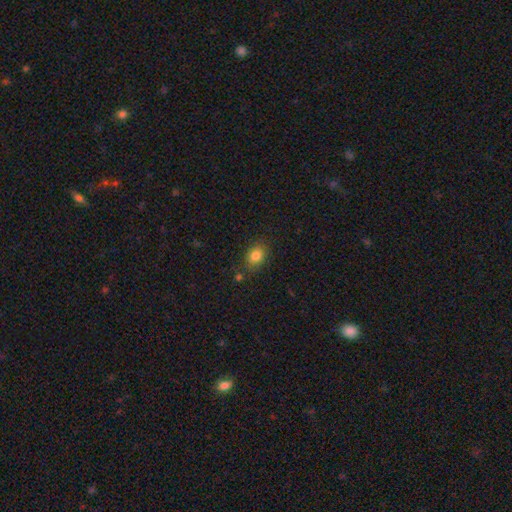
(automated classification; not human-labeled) smooth_or_featured: smooth (p=0.82) [alt: star or artifact p=0.11]
how_rounded: in between (p=0.62) [alt: round p=0.36]
merging: none (p=0.80) [alt: minor disturbance p=0.13]